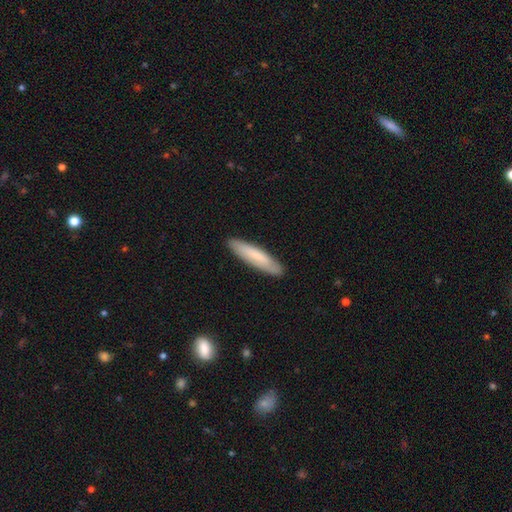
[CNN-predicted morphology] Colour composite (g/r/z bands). It shows a smooth galaxy with no disk features (75%) that is cigar-shaped (83%). Merging: none (88%).